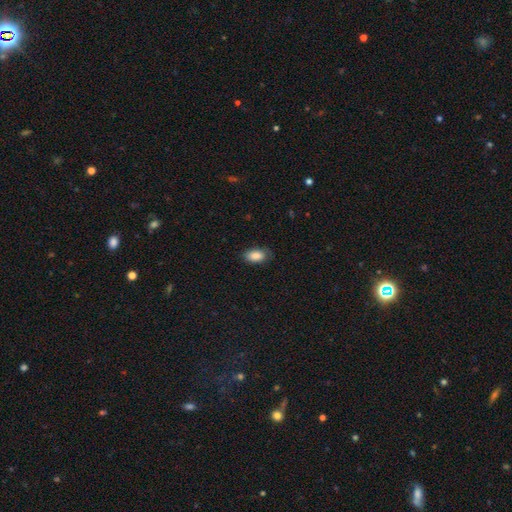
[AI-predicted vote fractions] Smooth or featured: smooth — 87% (star or artifact — 7%)
How rounded: in between — 92% (round — 5%)
Merging: none — 77% (minor disturbance — 18%)